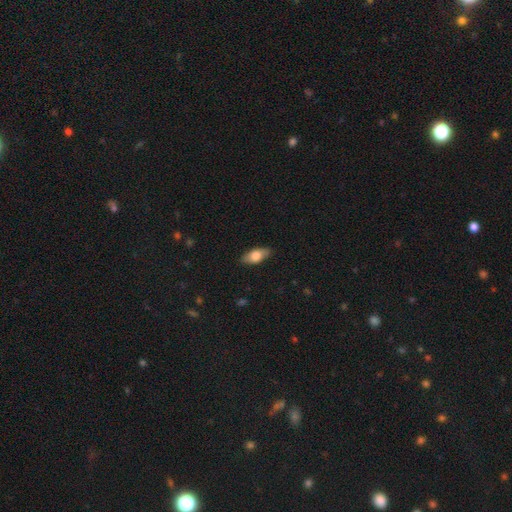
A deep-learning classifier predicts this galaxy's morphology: smooth-or-featured: smooth: 69% | featured or disk: 25% | star or artifact: 6%
  how-rounded: in between: 83% | cigar-shaped: 14% | round: 4%
  merging: none: 84% | minor disturbance: 13% | major disturbance: 3% | merger: 1%